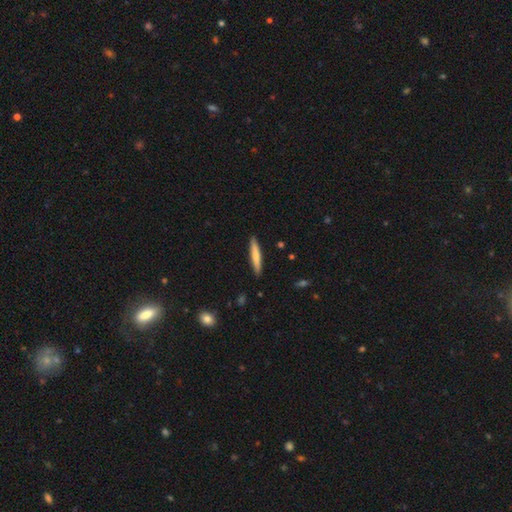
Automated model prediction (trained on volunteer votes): Overall: smooth (71%). How rounded: cigar-shaped (93%). Merging: none (90%).